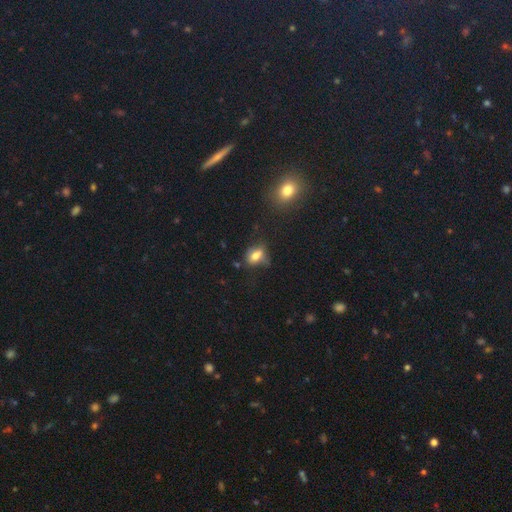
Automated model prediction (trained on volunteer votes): Smooth or featured? smooth (69%)
How rounded? in between (72%)
Merging? none (47%)